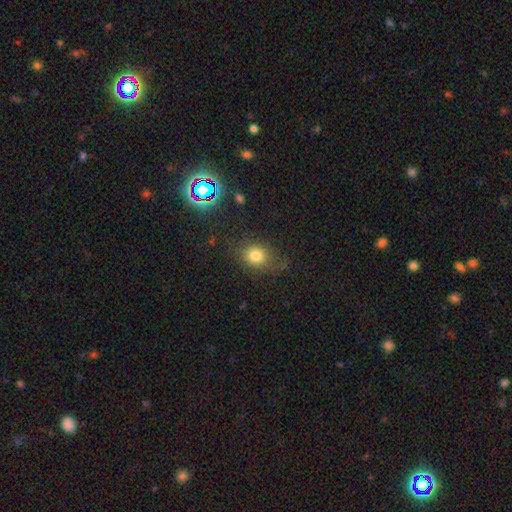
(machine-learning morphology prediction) This is likely a smooth galaxy (77%). How rounded: possibly round (59%). Merging: likely none (73%).